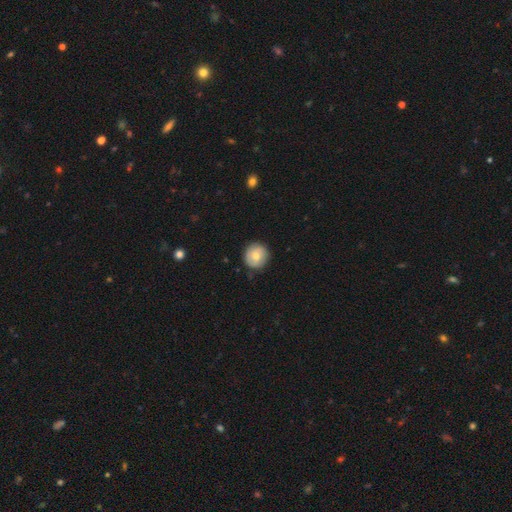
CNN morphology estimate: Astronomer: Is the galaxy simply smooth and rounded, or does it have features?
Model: smooth — 71%.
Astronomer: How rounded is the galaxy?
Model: round — 92%.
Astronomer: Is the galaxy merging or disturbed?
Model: none — 86%.